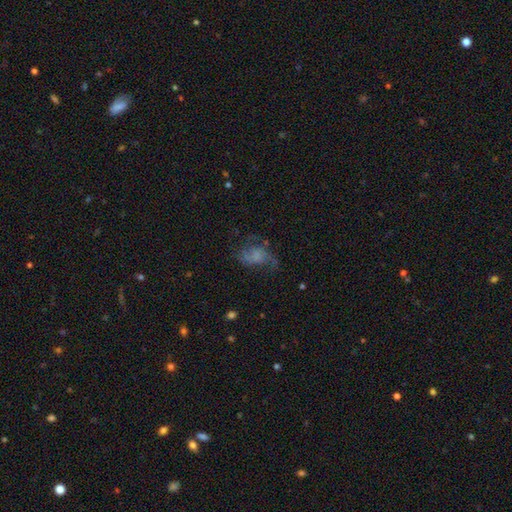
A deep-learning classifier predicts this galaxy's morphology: smooth_or_featured: featured or disk (p=0.57) [alt: smooth p=0.29]
disk_edge_on: no (p=0.97) [alt: yes p=0.03]
bar: no (p=0.70) [alt: weak p=0.25]
has_spiral_arms: yes (p=0.79) [alt: no p=0.21]
bulge_size: none (p=0.56) [alt: small p=0.20]
merging: none (p=0.46) [alt: major disturbance p=0.30]